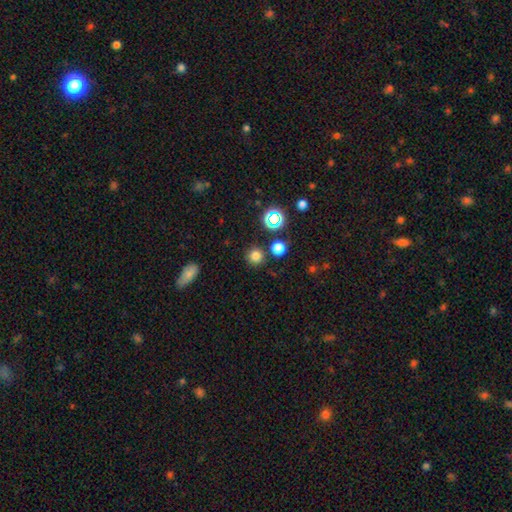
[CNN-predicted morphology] smooth-or-featured: smooth: 76% | star or artifact: 18% | featured or disk: 6%
  how-rounded: round: 93% | in between: 6% | cigar-shaped: 1%
  merging: none: 84% | minor disturbance: 7% | merger: 6% | major disturbance: 3%